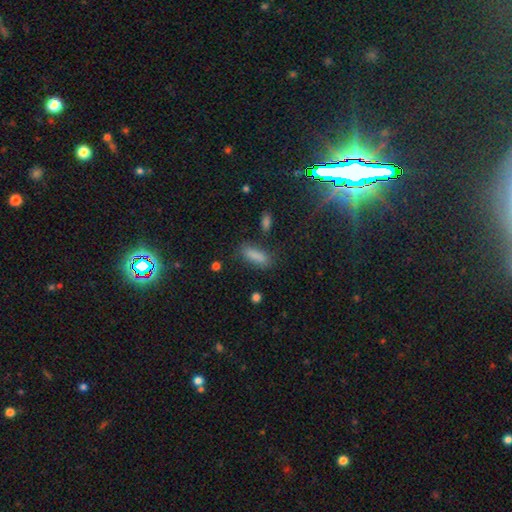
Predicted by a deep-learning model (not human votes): A smooth galaxy with no disk features (84%) that is in between round and cigar-shaped (55%).

Vote fractions:
- Smooth or featured? smooth: 84% / star or artifact: 10% / featured or disk: 6%
- How rounded? in between: 55% / cigar-shaped: 42% / round: 3%
- Merging? none: 77% / minor disturbance: 14% / major disturbance: 5% / merger: 4%